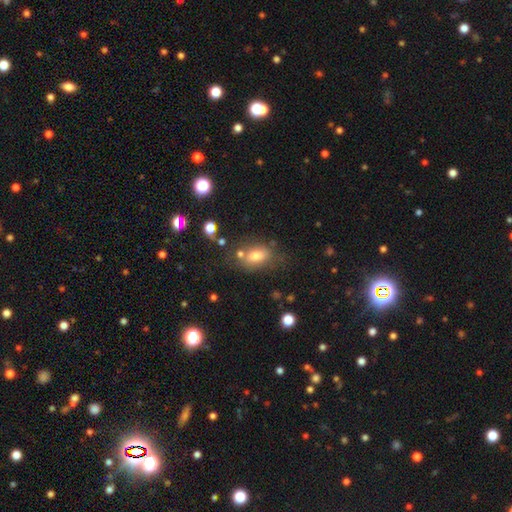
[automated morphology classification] The model was most divided on "merging": none: 60%, minor disturbance: 17%, merger: 15%, major disturbance: 7%. More confident: how rounded — in between (78%); smooth or featured — smooth (73%).